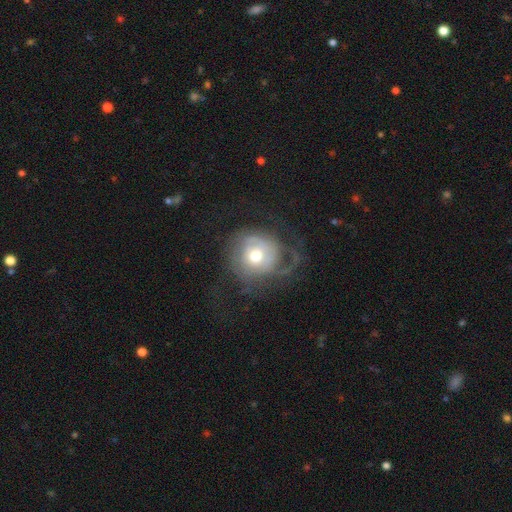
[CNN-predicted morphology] featured or disk 55%, smooth 36%, star or artifact 9%. Down the decision tree: edge-on disk — no (96%); bar — no (82%); spiral arms — yes (60%); bulge size — moderate (68%); merging — none (42%).